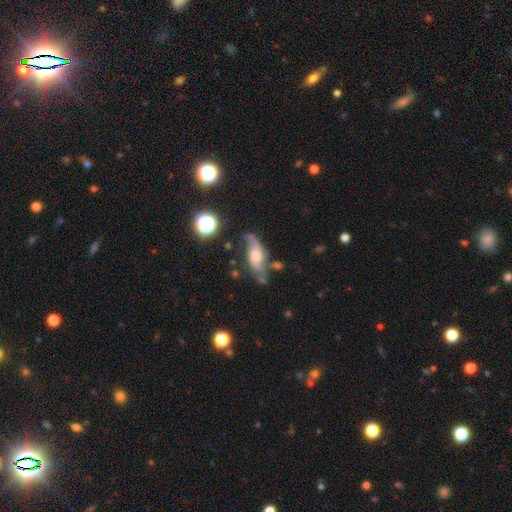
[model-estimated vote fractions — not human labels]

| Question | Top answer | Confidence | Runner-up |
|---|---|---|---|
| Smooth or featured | featured or disk | 73% | smooth (17%) |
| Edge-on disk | no | 84% | yes (16%) |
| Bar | no | 57% | weak (34%) |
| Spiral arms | yes | 91% | no (9%) |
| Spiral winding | loose | 70% | medium (23%) |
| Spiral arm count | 2 | 88% | can't tell (5%) |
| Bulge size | moderate | 41% | large (23%) |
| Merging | none | 54% | minor disturbance (24%) |